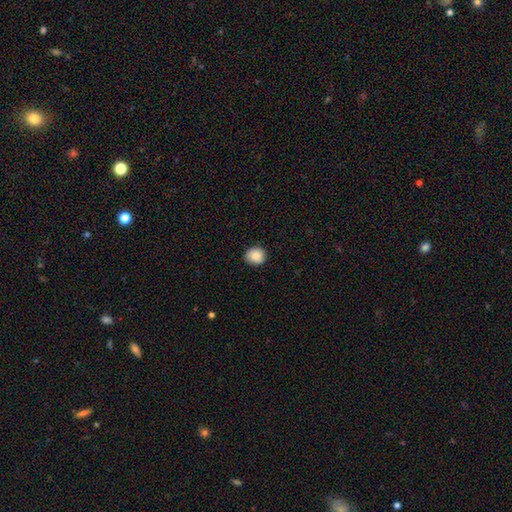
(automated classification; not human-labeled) The model was most divided on "how rounded": round: 83%, in between: 16%, cigar-shaped: 1%. More confident: smooth or featured — smooth (88%); merging — none (85%).